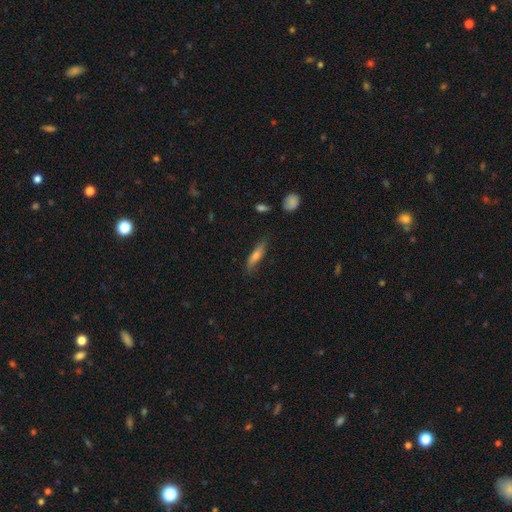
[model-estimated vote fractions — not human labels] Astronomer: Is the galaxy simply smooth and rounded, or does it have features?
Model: smooth — 64%.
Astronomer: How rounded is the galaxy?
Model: cigar-shaped — 72%.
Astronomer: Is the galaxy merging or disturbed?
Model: none — 77%.